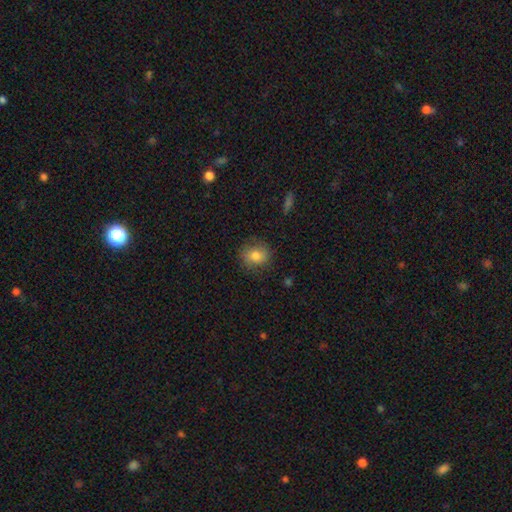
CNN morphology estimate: A smooth galaxy with no disk features (79%) that is round (75%). Merging: none (79%).